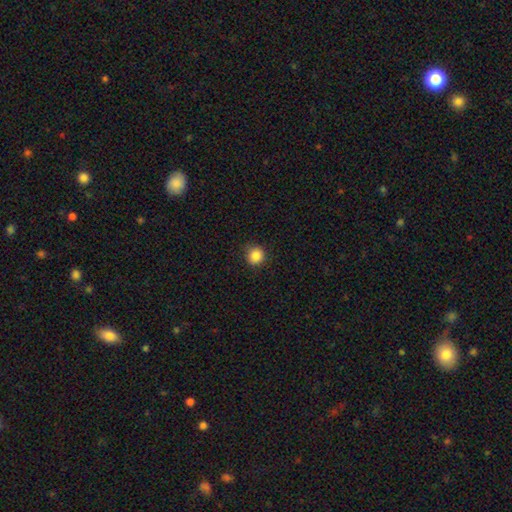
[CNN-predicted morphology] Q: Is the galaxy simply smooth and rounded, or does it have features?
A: smooth — 86%.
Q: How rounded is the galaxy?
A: round — 92%.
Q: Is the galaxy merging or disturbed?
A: none — 88%.